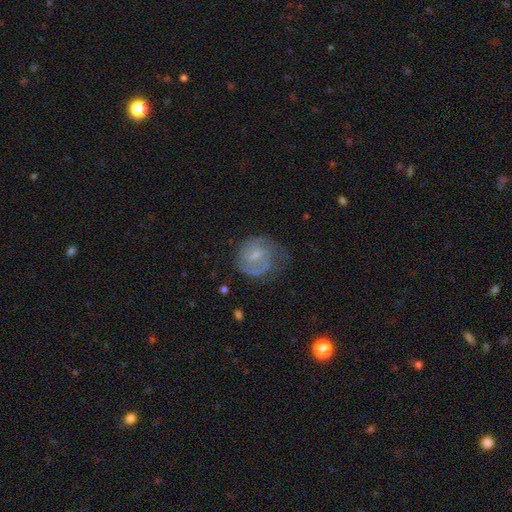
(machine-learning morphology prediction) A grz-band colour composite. It shows a featured or disk galaxy (65%) with a weak bar (52%), 2 (45%) tight (44%) spiral arms (84%) and a small central bulge (64%). Merging: none (52%).